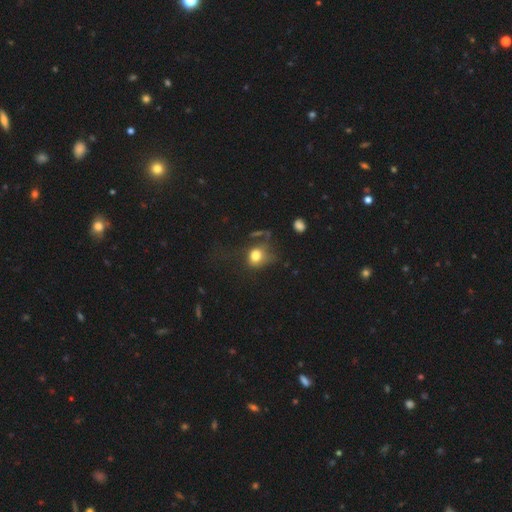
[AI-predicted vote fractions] Q: Smooth or featured?
A: smooth (74%); runner-up: featured or disk (14%)
Q: How rounded?
A: round (54%); runner-up: in between (44%)
Q: Merging?
A: none (39%); runner-up: major disturbance (33%)